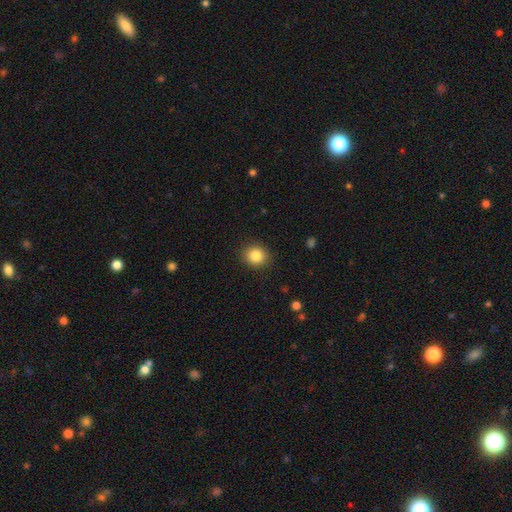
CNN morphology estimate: Smooth or featured? smooth (84%)
How rounded? round (83%)
Merging? none (90%)